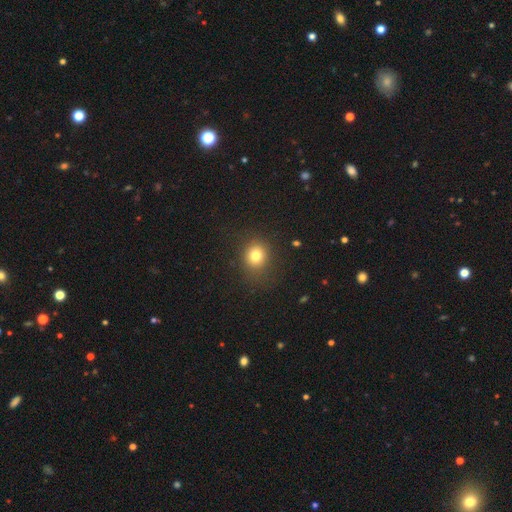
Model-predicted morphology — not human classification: Q: Smooth or featured?
A: smooth (78%); runner-up: star or artifact (14%)
Q: How rounded?
A: round (76%); runner-up: in between (23%)
Q: Merging?
A: none (82%); runner-up: minor disturbance (11%)